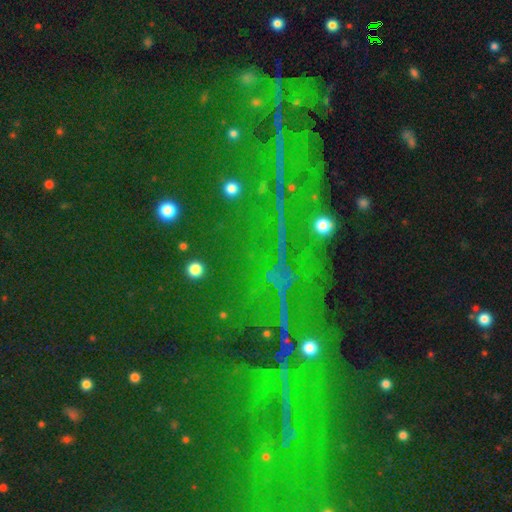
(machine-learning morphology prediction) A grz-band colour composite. It shows a star or artifact, not a galaxy (82%).